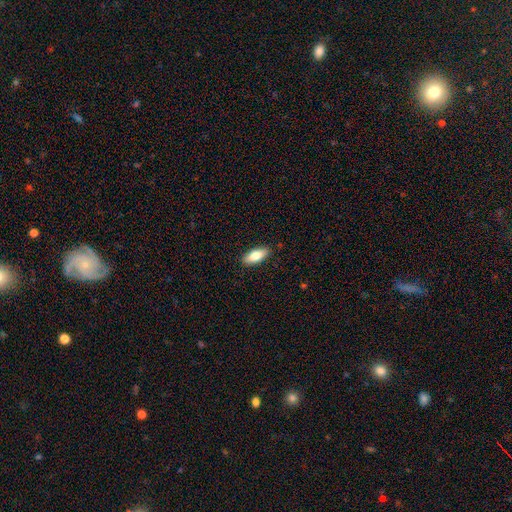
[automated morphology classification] smooth_or_featured: smooth (p=0.76) [alt: featured or disk p=0.18]
how_rounded: in between (p=0.77) [alt: cigar-shaped p=0.21]
merging: none (p=0.89) [alt: minor disturbance p=0.08]